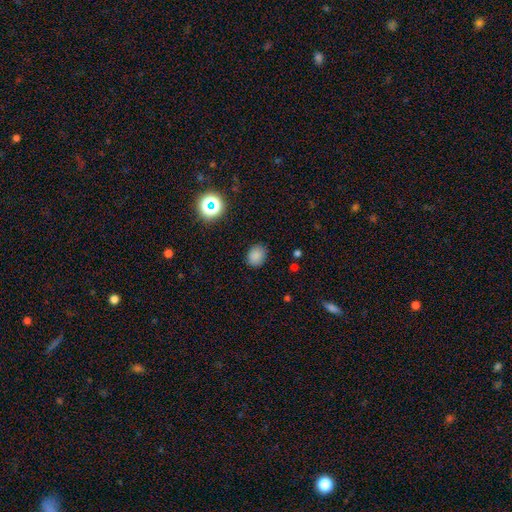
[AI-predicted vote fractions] smooth-or-featured: smooth: 81% | star or artifact: 14% | featured or disk: 5%
  how-rounded: round: 58% | in between: 41% | cigar-shaped: 1%
  merging: none: 85% | minor disturbance: 11% | major disturbance: 3% | merger: 1%